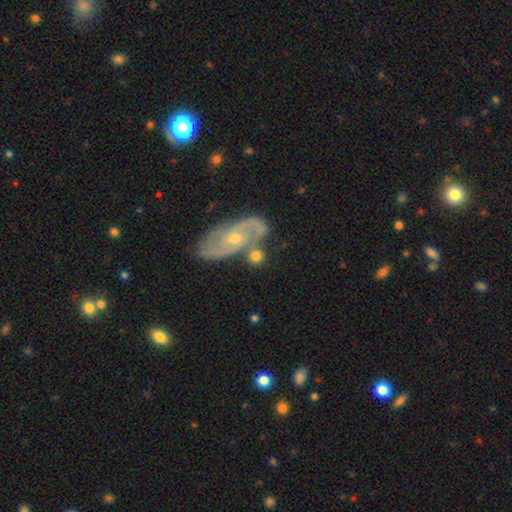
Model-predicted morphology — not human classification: Smooth or featured? smooth (49%)
Merging? none (54%)